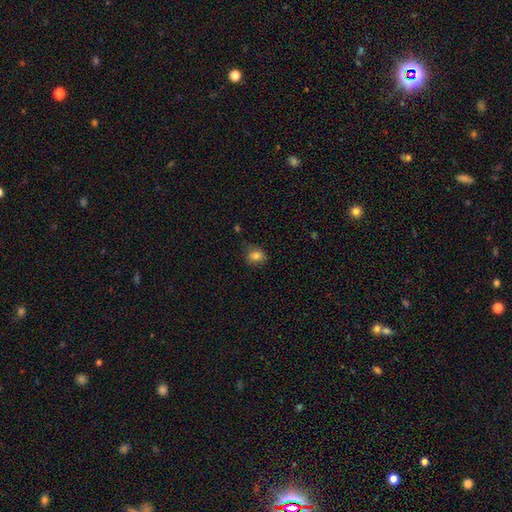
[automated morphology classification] A smooth galaxy with no disk features (82%) that is in between round and cigar-shaped (52%).

Vote fractions:
- Smooth or featured? smooth: 82% / star or artifact: 11% / featured or disk: 7%
- How rounded? in between: 52% / round: 47% / cigar-shaped: 1%
- Merging? none: 73% / minor disturbance: 20% / major disturbance: 5% / merger: 2%